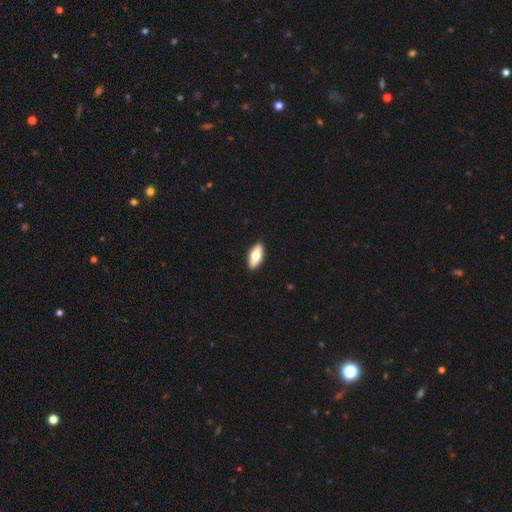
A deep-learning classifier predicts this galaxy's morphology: smooth_or_featured: smooth (p=0.70) [alt: featured or disk p=0.24]
how_rounded: in between (p=0.80) [alt: cigar-shaped p=0.17]
merging: none (p=0.90) [alt: minor disturbance p=0.07]